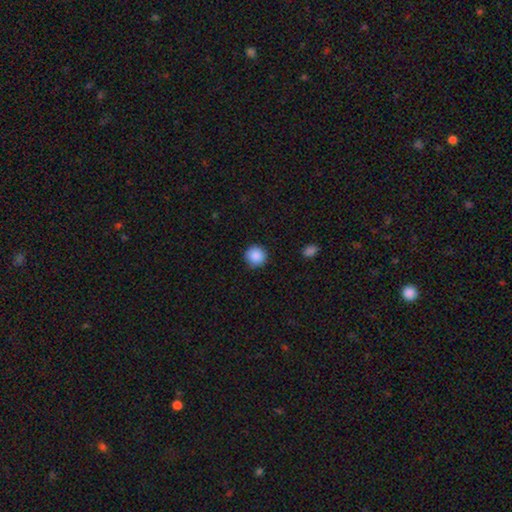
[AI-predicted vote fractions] Smooth or featured? Predicted: smooth (p=0.89). How rounded? Predicted: round (p=0.95). Merging? Predicted: none (p=0.90).